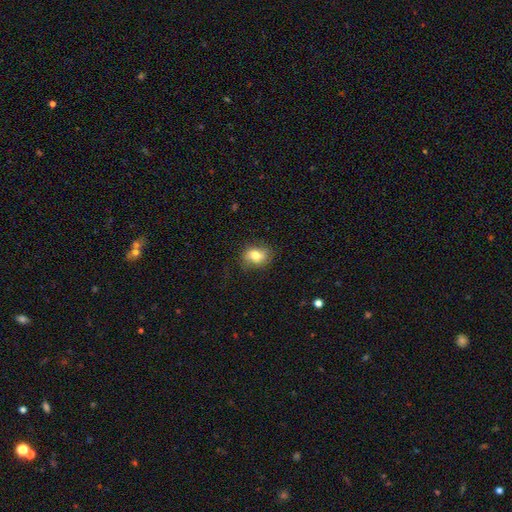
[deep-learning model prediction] Smooth or featured? smooth (76%)
How rounded? in between (58%)
Merging? none (76%)